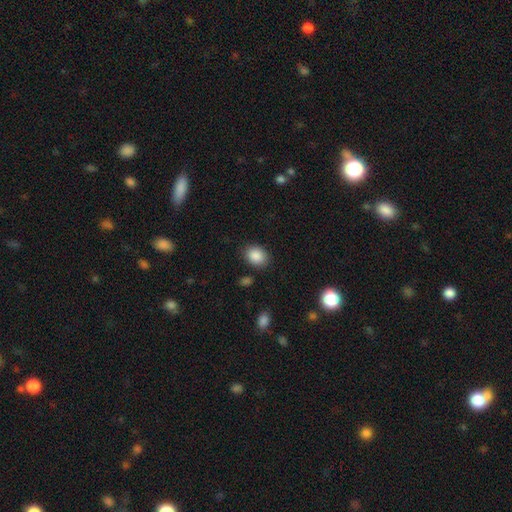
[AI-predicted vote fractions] Morphology: type=smooth (88%); roundness=in between (58%); merging=none (85%).